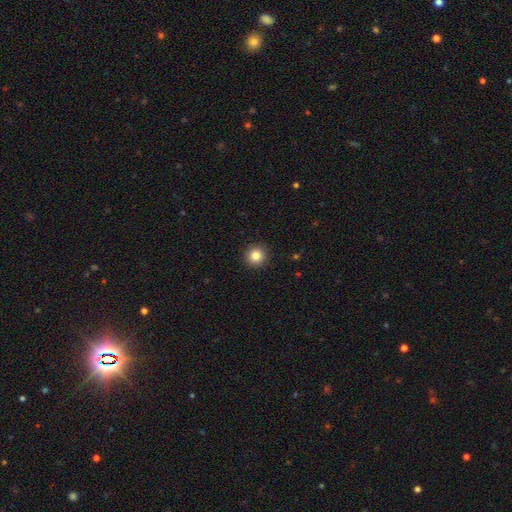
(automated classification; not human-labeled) Q: Smooth or featured?
A: smooth (84%); runner-up: star or artifact (11%)
Q: How rounded?
A: round (95%); runner-up: in between (4%)
Q: Merging?
A: none (93%); runner-up: minor disturbance (5%)